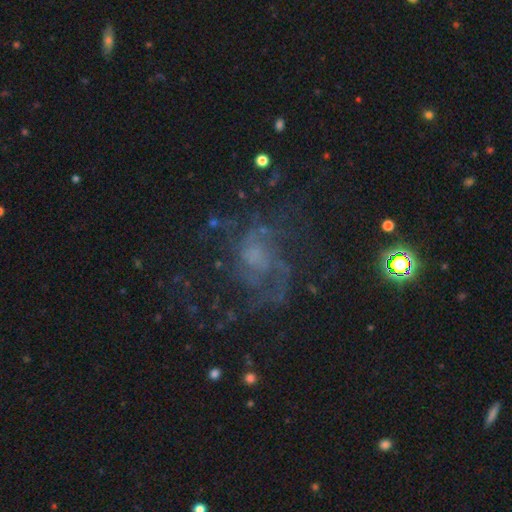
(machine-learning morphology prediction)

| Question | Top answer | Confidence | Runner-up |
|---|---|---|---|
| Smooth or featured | featured or disk | 71% | star or artifact (16%) |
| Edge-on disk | no | 97% | yes (3%) |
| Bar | no | 70% | weak (26%) |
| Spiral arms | yes | 85% | no (15%) |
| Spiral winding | medium | 46% | loose (28%) |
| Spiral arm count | can't tell | 35% | 2 (25%) |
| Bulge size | small | 32% | moderate (30%) |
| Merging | none | 57% | major disturbance (24%) |